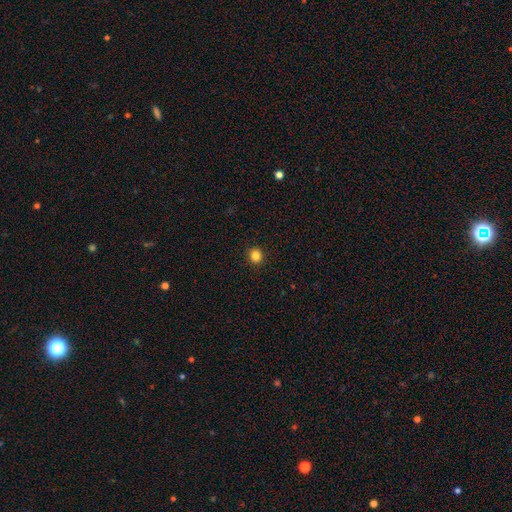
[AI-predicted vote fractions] A smooth galaxy with no disk features (84%) that is round (88%). Merging: none (93%).